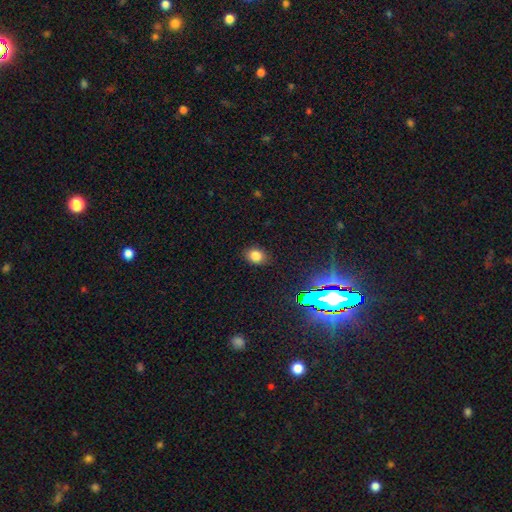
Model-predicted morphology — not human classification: This is likely a smooth galaxy (79%). How rounded: possibly round (51%). Merging: clearly none (84%).